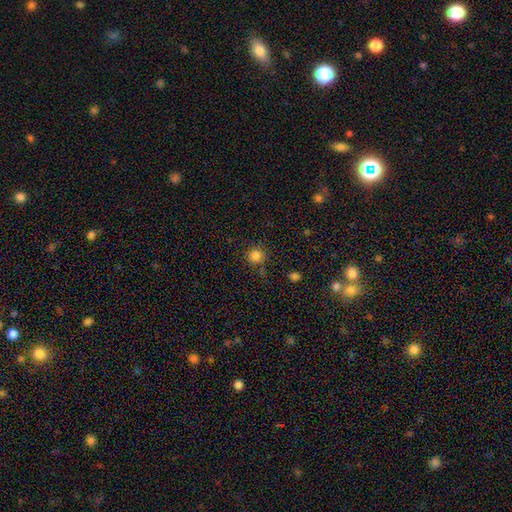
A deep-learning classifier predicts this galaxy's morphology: Smooth or featured: smooth — 82% (star or artifact — 13%)
How rounded: round — 92% (in between — 7%)
Merging: none — 78% (minor disturbance — 12%)